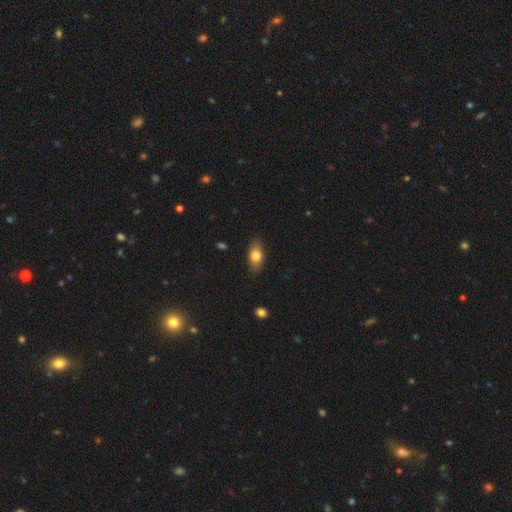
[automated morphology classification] smooth 78%, featured or disk 15%, star or artifact 7%. Down the decision tree: how rounded — in between (86%); merging — none (84%).